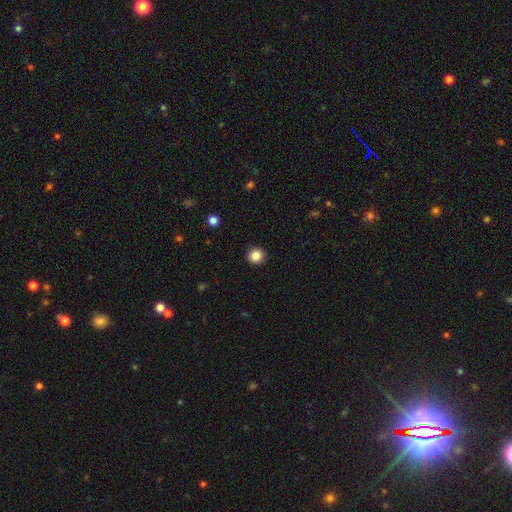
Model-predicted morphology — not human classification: Overall: smooth (85%). How rounded: round (94%). Merging: none (93%).